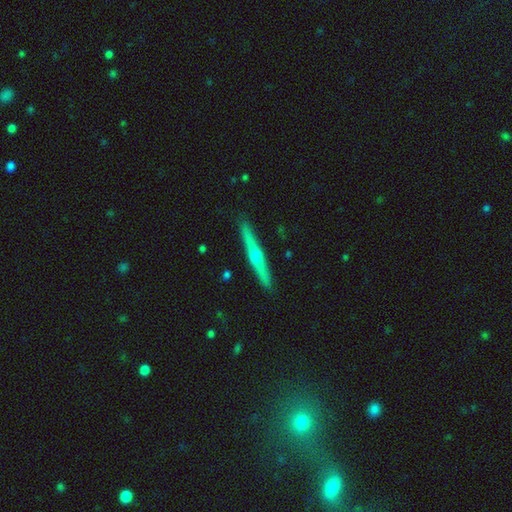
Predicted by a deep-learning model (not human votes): smooth_or_featured: featured or disk (p=0.71) [alt: smooth p=0.23]
disk_edge_on: yes (p=0.98) [alt: no p=0.02]
edge_on_bulge: rounded (p=0.87) [alt: none p=0.11]
merging: none (p=0.91) [alt: minor disturbance p=0.06]